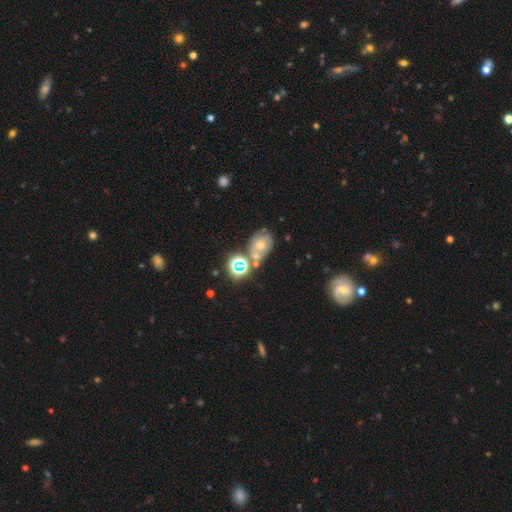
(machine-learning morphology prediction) smooth 37%, featured or disk 34%, star or artifact 30%. Down the decision tree: merging — none (48%).